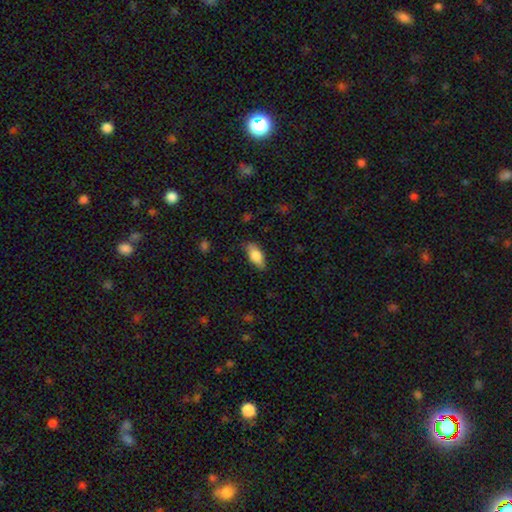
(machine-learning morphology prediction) The model was most divided on "smooth or featured": smooth: 76%, featured or disk: 18%, star or artifact: 7%. More confident: how rounded — in between (83%); merging — none (81%).